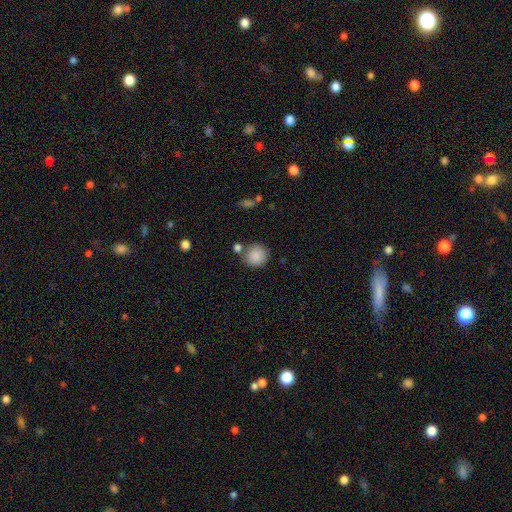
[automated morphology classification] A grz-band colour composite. It shows a smooth galaxy with no disk features (87%) that is round (91%). Merging: none (73%).